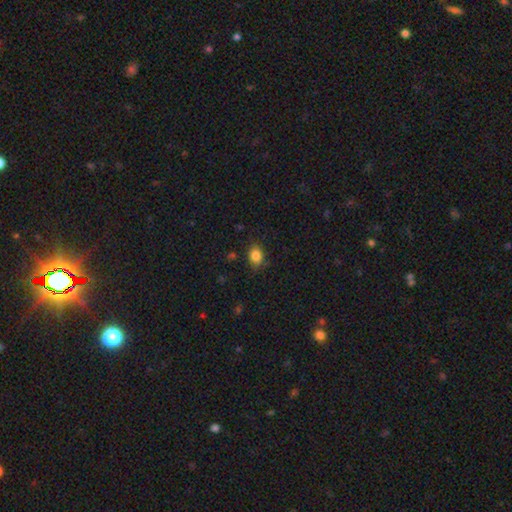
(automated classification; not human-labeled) The model was most divided on "how rounded": in between: 62%, round: 37%, cigar-shaped: 1%. More confident: smooth or featured — smooth (85%); merging — none (79%).